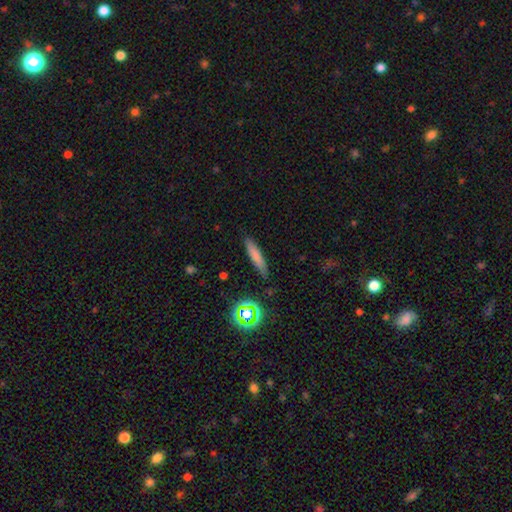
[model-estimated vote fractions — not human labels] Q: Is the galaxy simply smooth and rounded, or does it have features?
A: smooth — 73%.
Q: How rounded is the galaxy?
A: cigar-shaped — 84%.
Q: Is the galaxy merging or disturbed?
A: none — 83%.